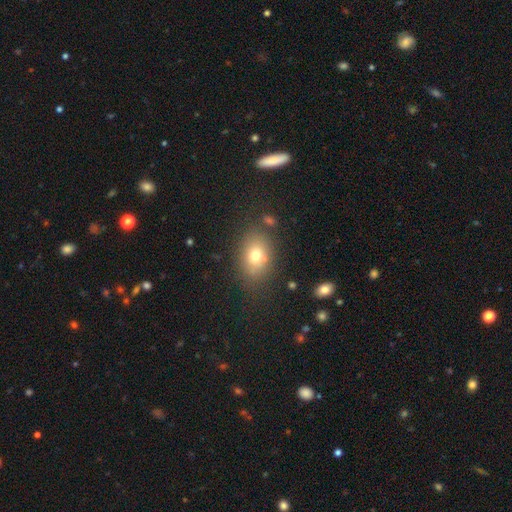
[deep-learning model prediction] Smooth or featured? Predicted: smooth (p=0.74). How rounded? Predicted: in between (p=0.75). Merging? Predicted: none (p=0.79).